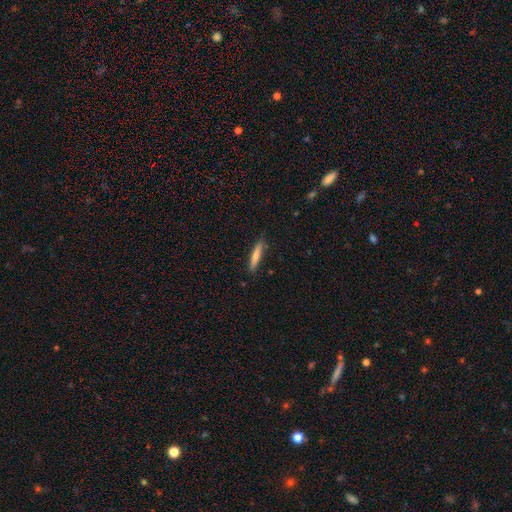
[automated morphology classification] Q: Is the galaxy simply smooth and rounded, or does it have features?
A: smooth — 69%.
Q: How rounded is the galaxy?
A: cigar-shaped — 89%.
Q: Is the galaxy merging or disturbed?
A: none — 85%.